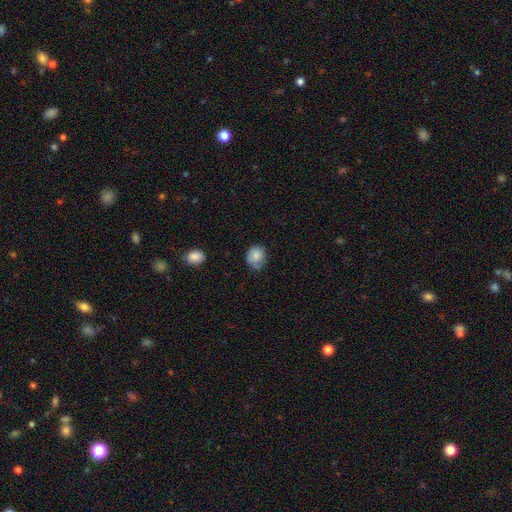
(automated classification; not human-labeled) This appears to be a smooth galaxy with no disk features (80%) that is round (69%). Merging: none (59%).